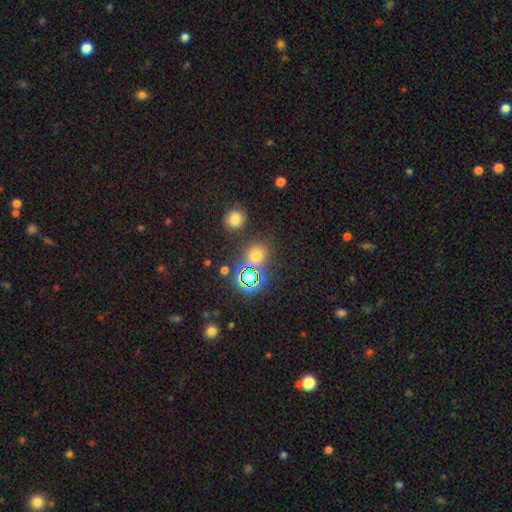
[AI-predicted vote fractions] Overall: smooth (56%; star or artifact 37%). How rounded: round (79%). Merging: none (78%).